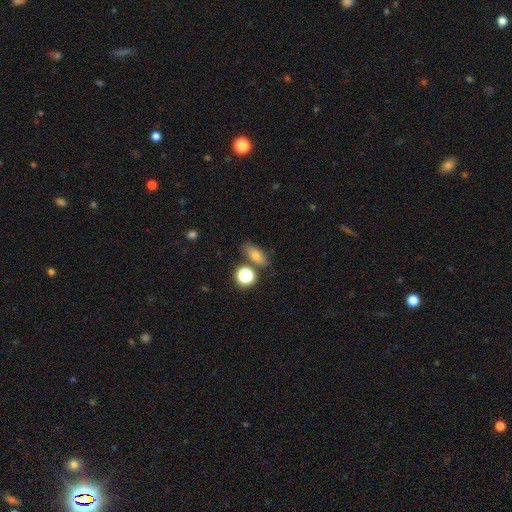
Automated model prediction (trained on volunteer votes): smooth 70%, featured or disk 15%, star or artifact 14%. Down the decision tree: how rounded — in between (70%); merging — none (71%).